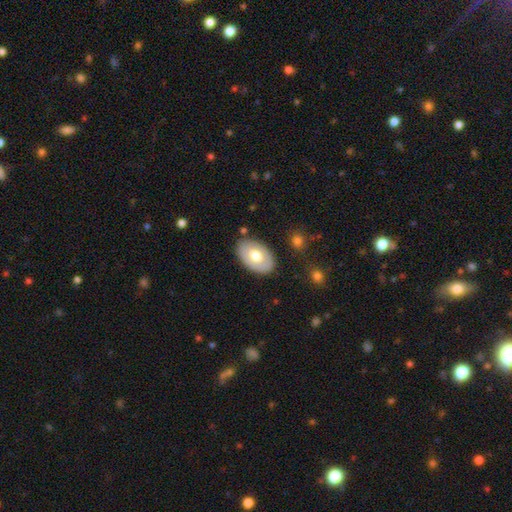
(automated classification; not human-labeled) Smooth or featured?
  - smooth: 56% *
  - featured or disk: 38%
  - star or artifact: 5%
How rounded?
  - in between: 91% *
  - round: 8%
  - cigar-shaped: 1%
Merging?
  - none: 83% *
  - minor disturbance: 12%
  - major disturbance: 3%
  - merger: 2%